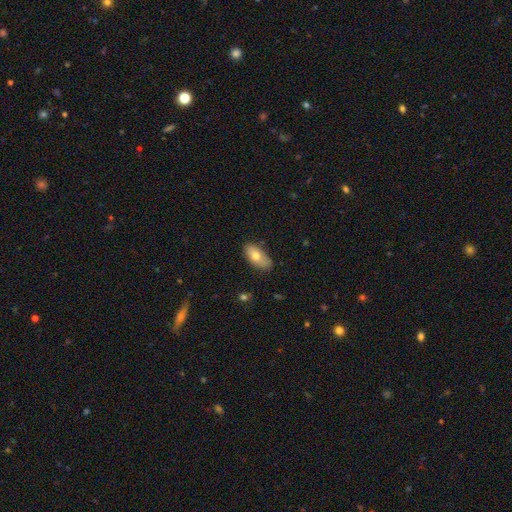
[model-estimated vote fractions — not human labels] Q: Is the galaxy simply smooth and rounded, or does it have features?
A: smooth — 73%.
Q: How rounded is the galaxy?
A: in between — 91%.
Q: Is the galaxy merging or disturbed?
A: none — 78%.